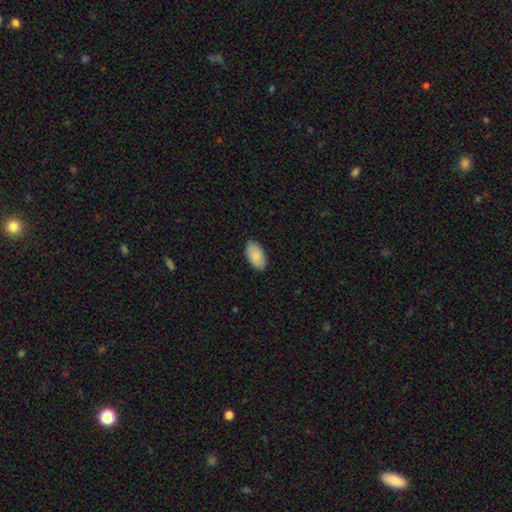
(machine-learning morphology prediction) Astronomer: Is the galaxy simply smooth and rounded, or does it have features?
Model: smooth — 88%.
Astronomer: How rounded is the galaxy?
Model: in between — 96%.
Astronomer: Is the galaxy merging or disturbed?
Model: none — 86%.